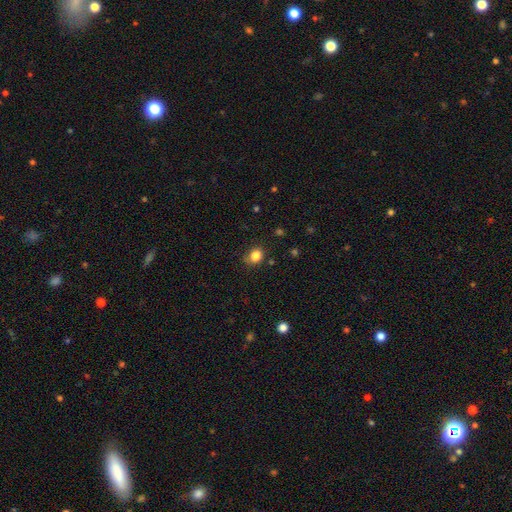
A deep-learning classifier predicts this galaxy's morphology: A smooth galaxy with no disk features (83%) that is round (65%). Merging: none (75%).